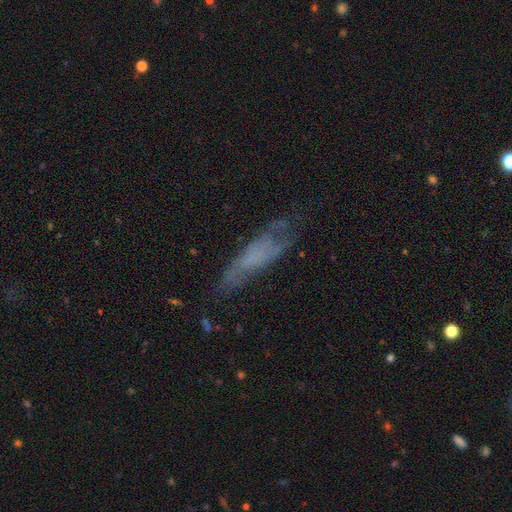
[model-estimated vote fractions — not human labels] Morphology: type=smooth (45%); merging=none (53%).